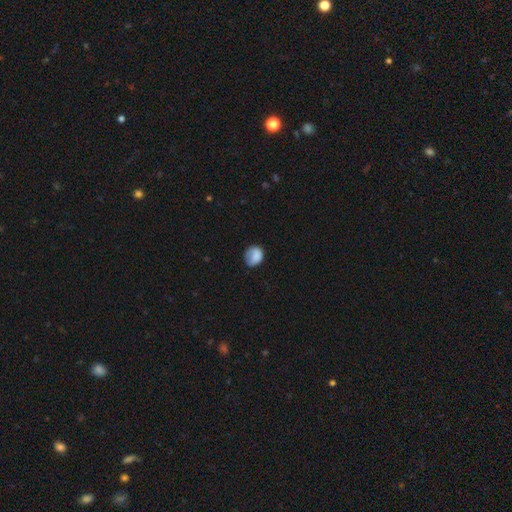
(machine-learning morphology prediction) smooth 82%, featured or disk 10%, star or artifact 8%. Down the decision tree: how rounded — round (62%); merging — none (62%).